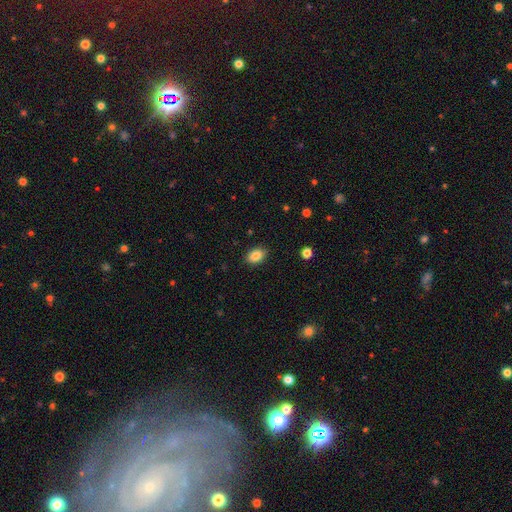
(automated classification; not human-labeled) A smooth galaxy with no disk features (85%) that is in between round and cigar-shaped (82%).

Vote fractions:
- Smooth or featured? smooth: 85% / star or artifact: 9% / featured or disk: 6%
- How rounded? in between: 82% / round: 17% / cigar-shaped: 1%
- Merging? none: 87% / minor disturbance: 10% / major disturbance: 2% / merger: 1%